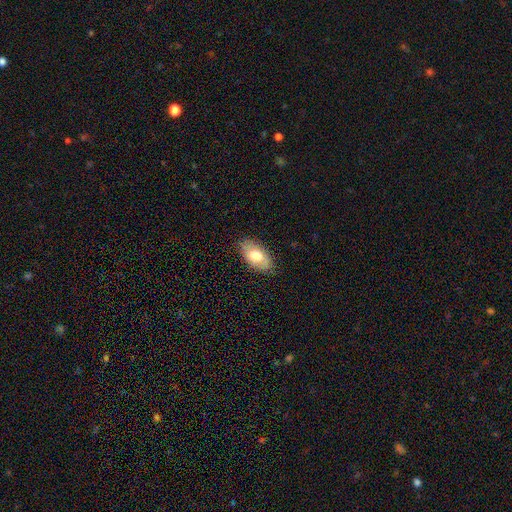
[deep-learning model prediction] Smooth or featured? smooth (69%)
How rounded? in between (94%)
Merging? none (81%)